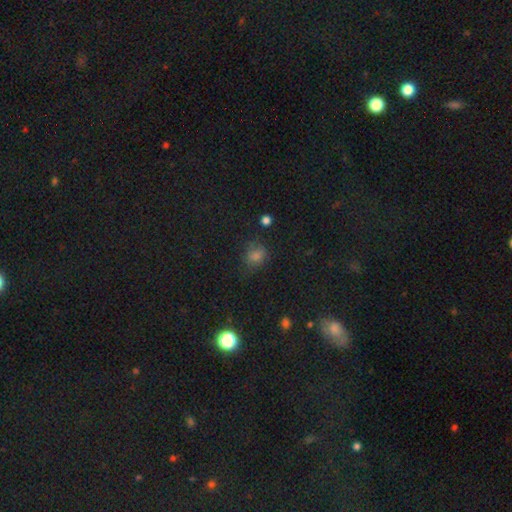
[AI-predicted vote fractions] smooth-or-featured: smooth: 64% | star or artifact: 27% | featured or disk: 9%
  how-rounded: round: 64% | in between: 35% | cigar-shaped: 1%
  merging: none: 68% | minor disturbance: 21% | major disturbance: 8% | merger: 3%